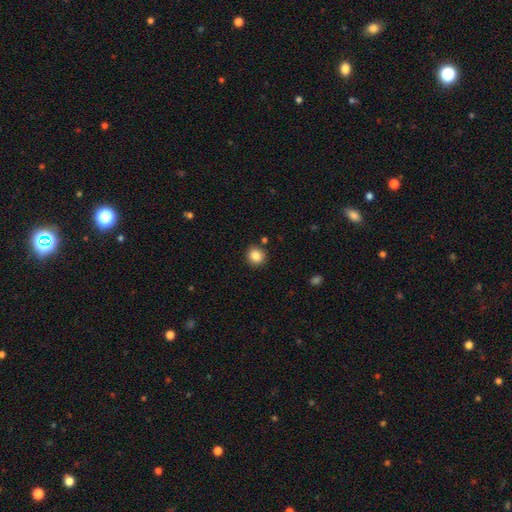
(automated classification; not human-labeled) The model was most divided on "how rounded": round: 87%, in between: 12%, cigar-shaped: 1%. More confident: merging — none (87%); smooth or featured — smooth (86%).